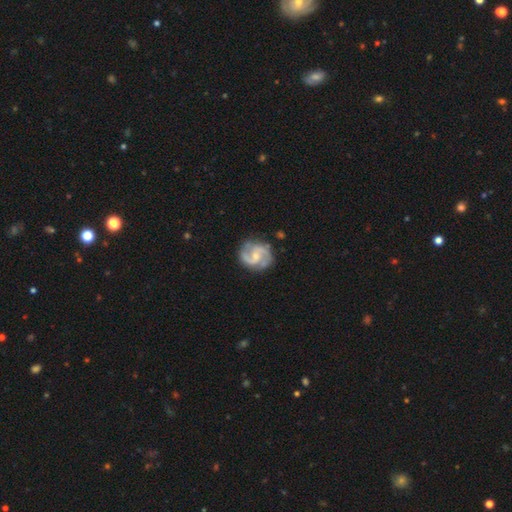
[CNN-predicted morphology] Smooth or featured? Predicted: featured or disk (p=0.90). Edge-on disk? Predicted: no (p=0.98). Bar? Predicted: weak (p=0.46). Spiral arms? Predicted: yes (p=0.98). Spiral winding? Predicted: medium (p=0.60). Spiral arm count? Predicted: 2 (p=0.91). Bulge size? Predicted: small (p=0.61). Merging? Predicted: none (p=0.79).